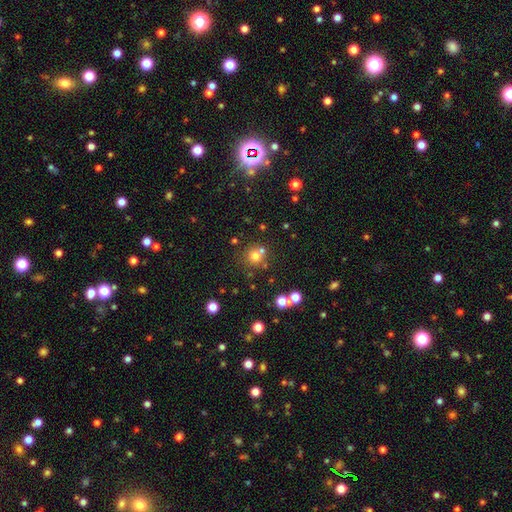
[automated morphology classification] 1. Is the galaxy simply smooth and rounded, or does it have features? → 70% smooth, 20% star or artifact, 10% featured or disk.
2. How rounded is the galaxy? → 92% round, 7% in between, 1% cigar-shaped.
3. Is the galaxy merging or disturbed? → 68% none, 20% merger, 8% minor disturbance, 4% major disturbance.